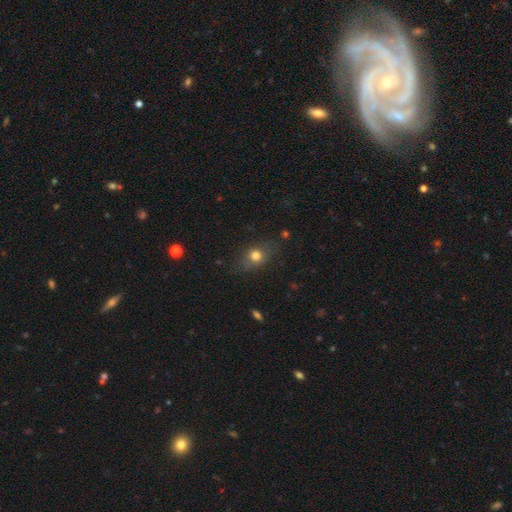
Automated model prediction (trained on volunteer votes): Smooth or featured: smooth — 73% (featured or disk — 14%)
How rounded: in between — 49% (round — 47%)
Merging: none — 74% (minor disturbance — 18%)